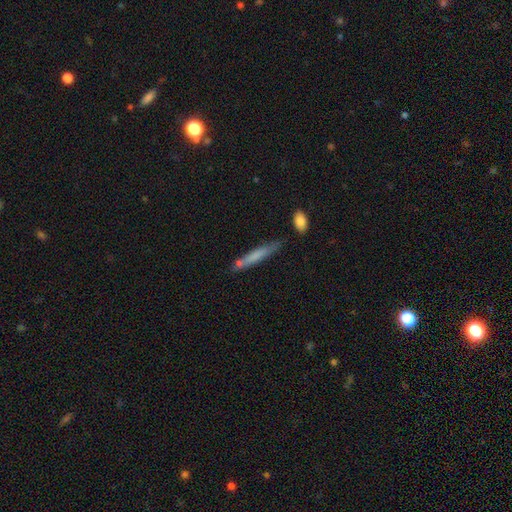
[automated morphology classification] This is likely a smooth galaxy (66%). How rounded: clearly cigar-shaped (94%). Merging: likely none (70%).